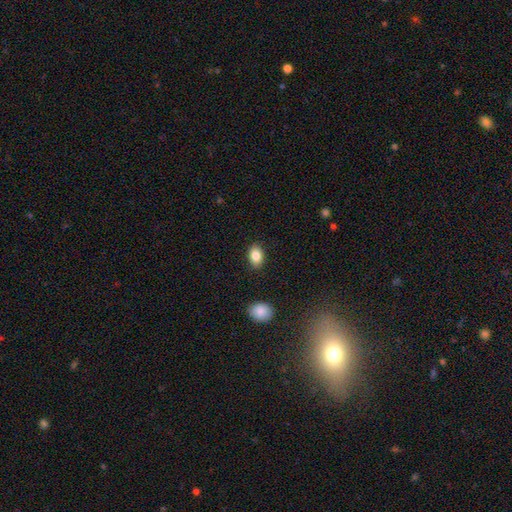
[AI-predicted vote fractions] A smooth galaxy with no disk features (86%) that is in between round and cigar-shaped (83%). Merging: none (88%).